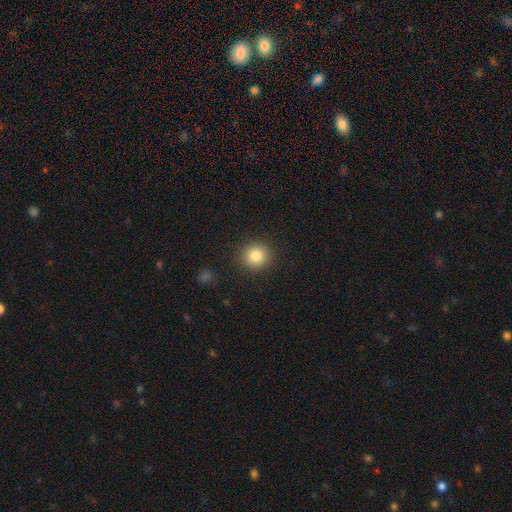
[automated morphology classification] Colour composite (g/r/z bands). It shows a smooth galaxy with no disk features (83%) that is round (92%). Merging: none (90%).